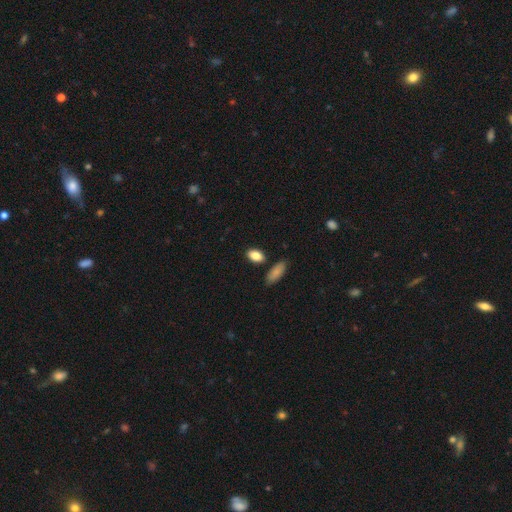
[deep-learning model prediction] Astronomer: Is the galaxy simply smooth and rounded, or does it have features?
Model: smooth — 87%.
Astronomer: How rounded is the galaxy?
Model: in between — 88%.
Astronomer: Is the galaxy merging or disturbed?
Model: none — 82%.